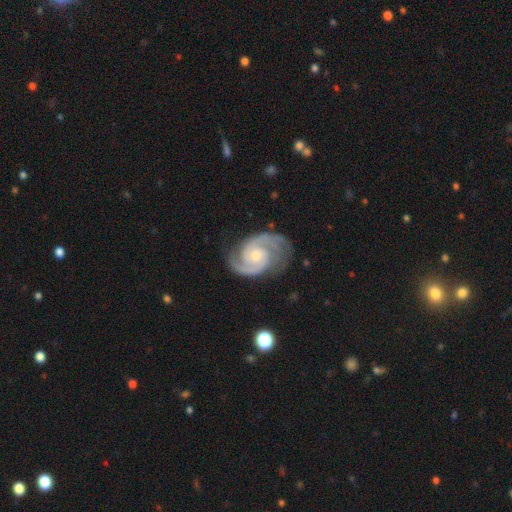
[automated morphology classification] featured or disk 93%, star or artifact 4%, smooth 3%. Down the decision tree: edge-on disk — no (98%); bar — no (66%); spiral arms — yes (99%); spiral arm count — 2 (92%); spiral winding — medium (51%); bulge size — small (59%); merging — none (78%).